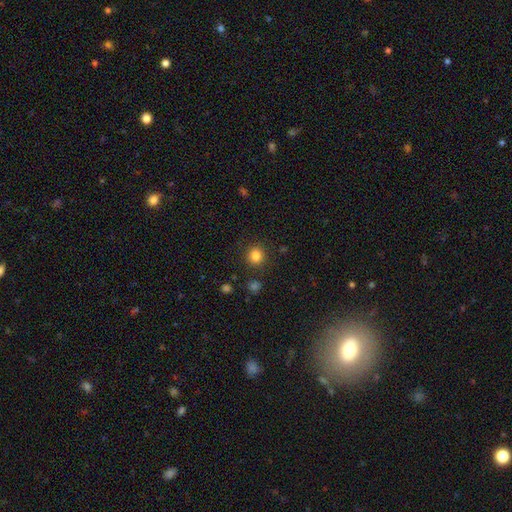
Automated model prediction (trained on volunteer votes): Overall: smooth (84%). How rounded: round (90%). Merging: none (89%).